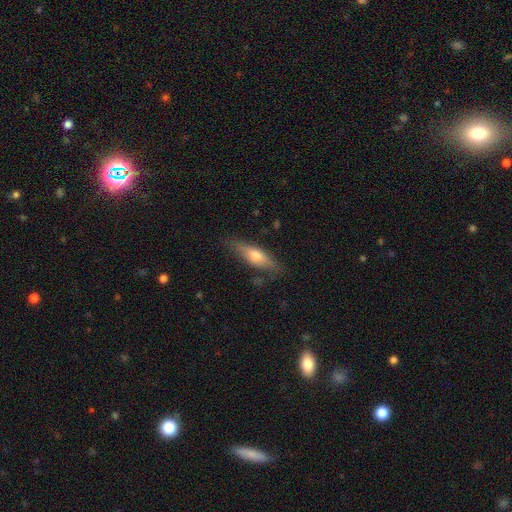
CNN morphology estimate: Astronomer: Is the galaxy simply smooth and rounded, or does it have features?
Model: smooth — 48% (runner-up: featured or disk, 45%).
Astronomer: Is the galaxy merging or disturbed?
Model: none — 80%.